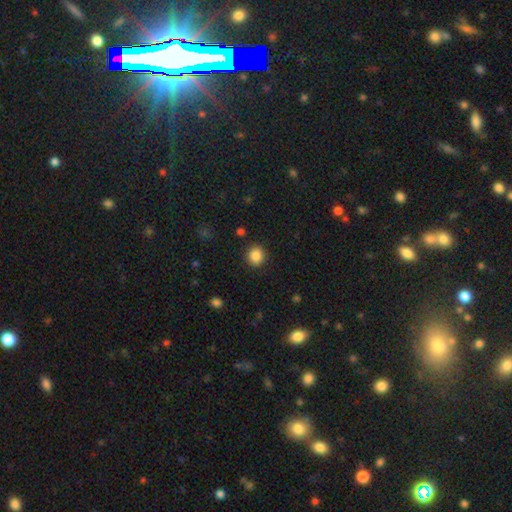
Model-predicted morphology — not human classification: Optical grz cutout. It shows a smooth galaxy with no disk features (86%) that is round (86%). Merging: none (90%).